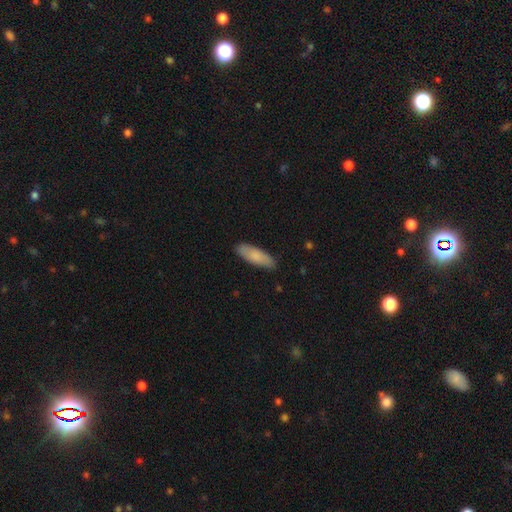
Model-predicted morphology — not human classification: smooth_or_featured: smooth (p=0.82) [alt: featured or disk p=0.12]
how_rounded: in between (p=0.54) [alt: cigar-shaped p=0.44]
merging: none (p=0.85) [alt: minor disturbance p=0.12]